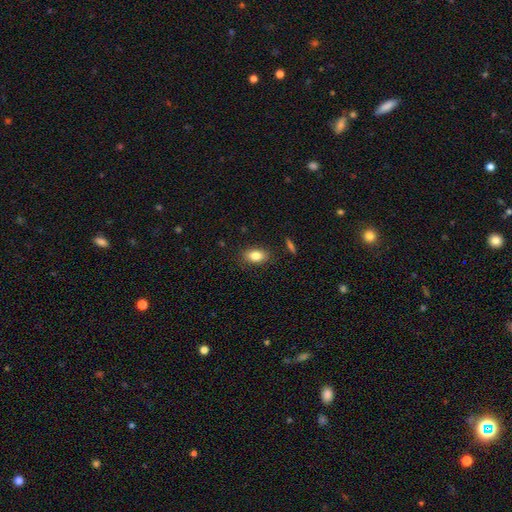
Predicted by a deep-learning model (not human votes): Smooth or featured: smooth — 82% (featured or disk — 10%)
How rounded: in between — 86% (round — 11%)
Merging: none — 86% (minor disturbance — 10%)